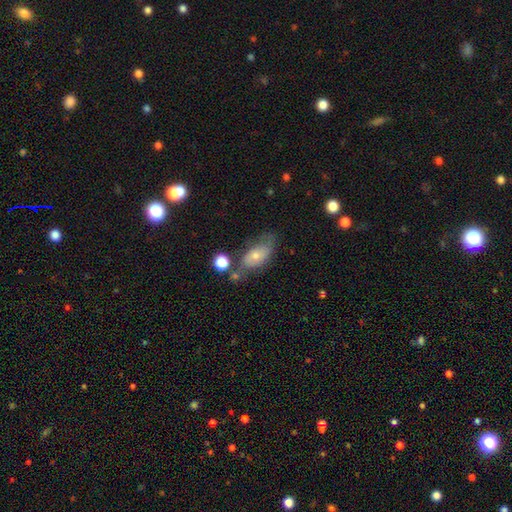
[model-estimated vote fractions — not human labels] Smooth or featured? smooth (55%)
How rounded? in between (85%)
Merging? none (48%)